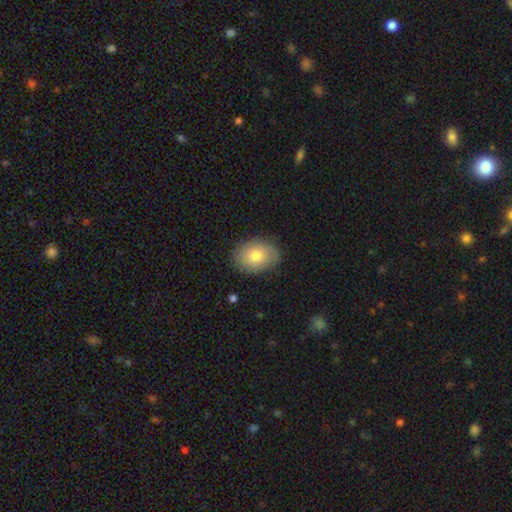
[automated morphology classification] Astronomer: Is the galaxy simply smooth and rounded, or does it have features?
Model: smooth — 80%.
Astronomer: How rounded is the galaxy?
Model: in between — 70%.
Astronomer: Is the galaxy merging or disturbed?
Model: none — 83%.